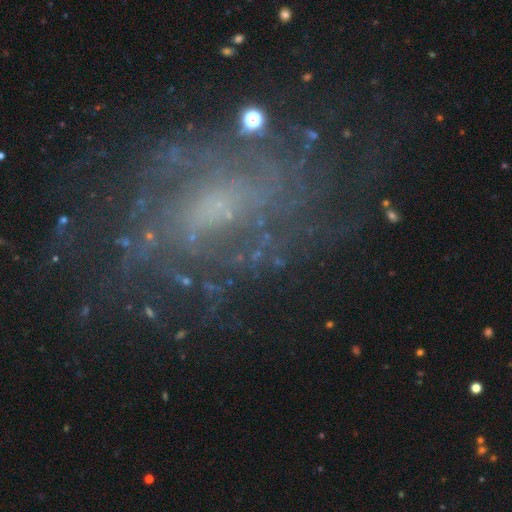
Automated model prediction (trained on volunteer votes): Smooth or featured? featured or disk (79%)
Edge-on disk? no (96%)
Bar? no (55%)
Spiral arms? yes (89%)
Spiral winding? tight (51%)
Spiral arm count? can't tell (46%)
Bulge size? small (58%)
Merging? none (69%)